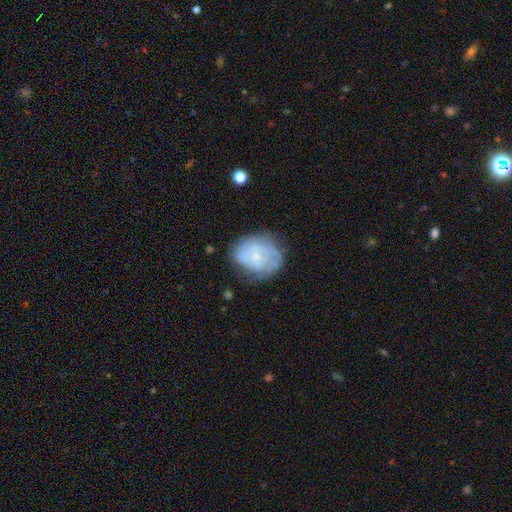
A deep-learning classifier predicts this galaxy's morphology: Smooth or featured: featured or disk — 60% (smooth — 32%)
Edge-on disk: no — 97% (yes — 3%)
Bar: no — 73% (weak — 23%)
Spiral arms: yes — 78% (no — 22%)
Bulge size: small — 73% (moderate — 17%)
Merging: none — 58% (minor disturbance — 27%)